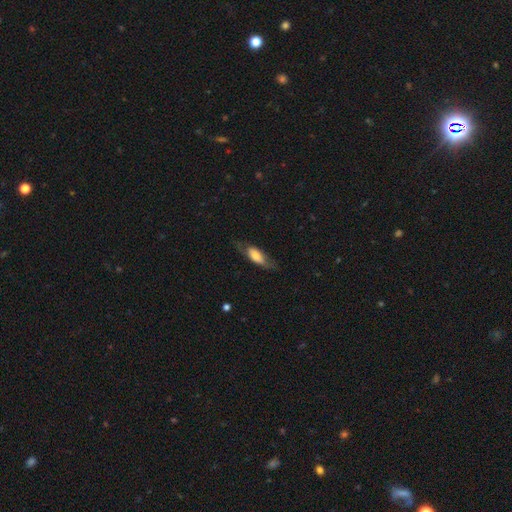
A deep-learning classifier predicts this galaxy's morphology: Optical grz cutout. It shows a smooth galaxy with no disk features (59%) that is in between round and cigar-shaped (70%). Merging: none (63%).